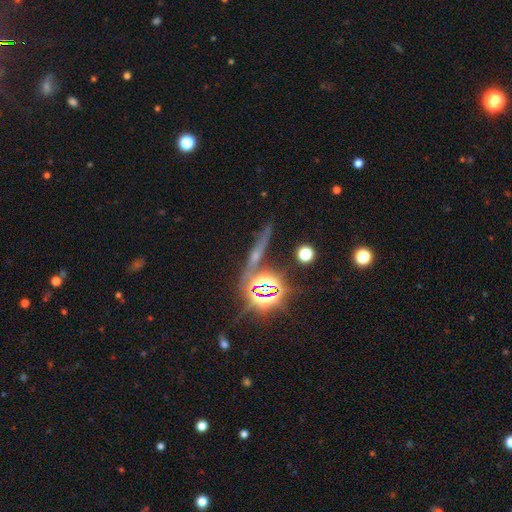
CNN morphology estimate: Smooth or featured? star or artifact (46%)